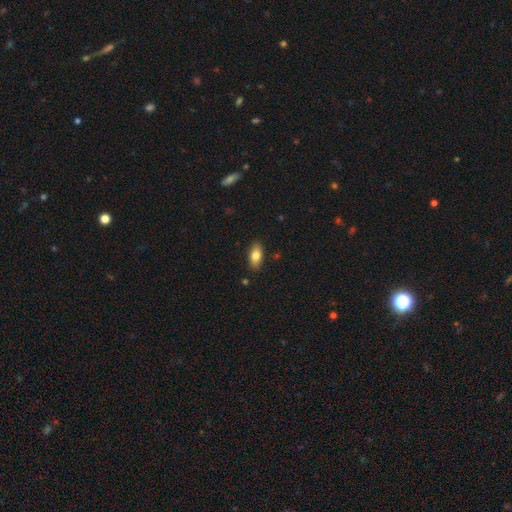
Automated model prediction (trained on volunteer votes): smooth-or-featured: smooth: 79% | featured or disk: 15% | star or artifact: 7%
  how-rounded: in between: 87% | cigar-shaped: 9% | round: 3%
  merging: none: 87% | minor disturbance: 10% | major disturbance: 2% | merger: 1%